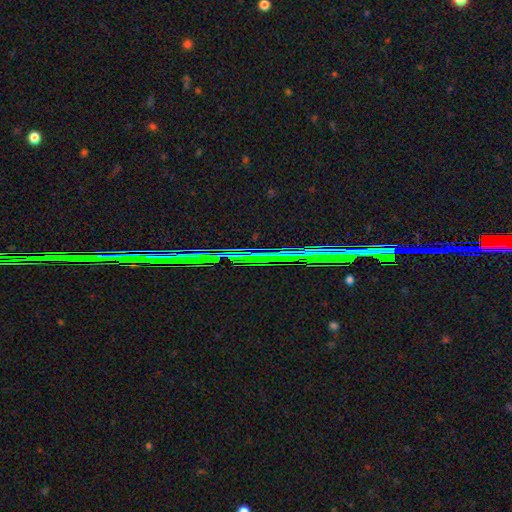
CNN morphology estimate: This appears to be a star or artifact, not a galaxy (88%).